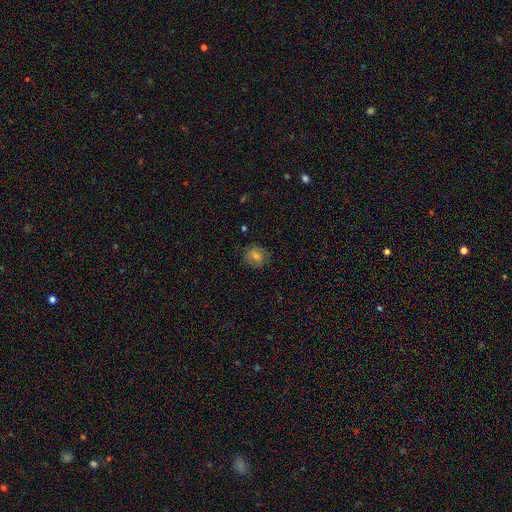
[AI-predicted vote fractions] Smooth or featured?
  - smooth: 70% *
  - star or artifact: 17%
  - featured or disk: 12%
How rounded?
  - round: 75% *
  - in between: 24%
  - cigar-shaped: 1%
Merging?
  - none: 84% *
  - minor disturbance: 11%
  - major disturbance: 3%
  - merger: 1%